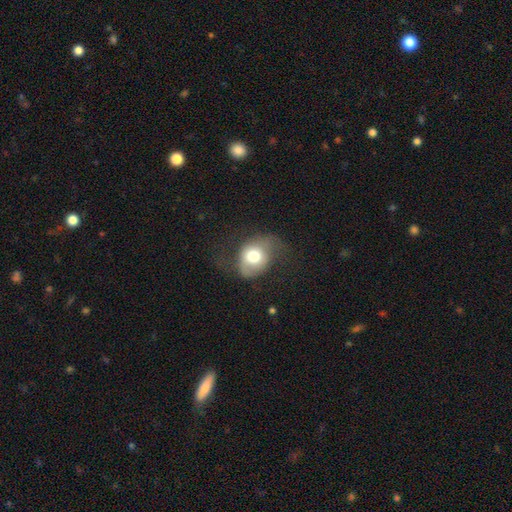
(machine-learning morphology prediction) Q: Smooth or featured?
A: featured or disk (48%); runner-up: smooth (39%)
Q: Merging?
A: none (66%); runner-up: minor disturbance (19%)